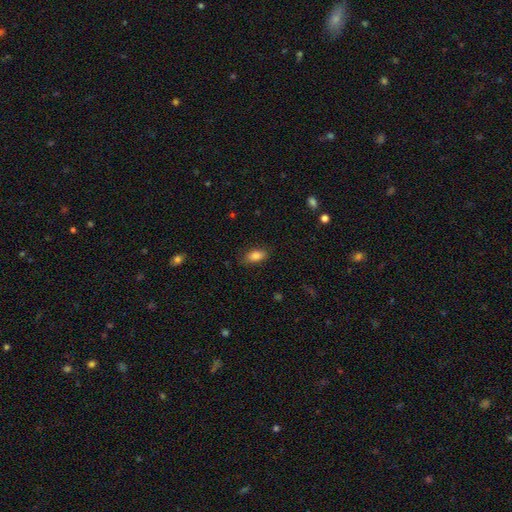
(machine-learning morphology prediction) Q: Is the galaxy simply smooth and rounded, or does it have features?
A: smooth — 84%.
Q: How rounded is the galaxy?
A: in between — 88%.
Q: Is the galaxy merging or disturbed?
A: none — 83%.